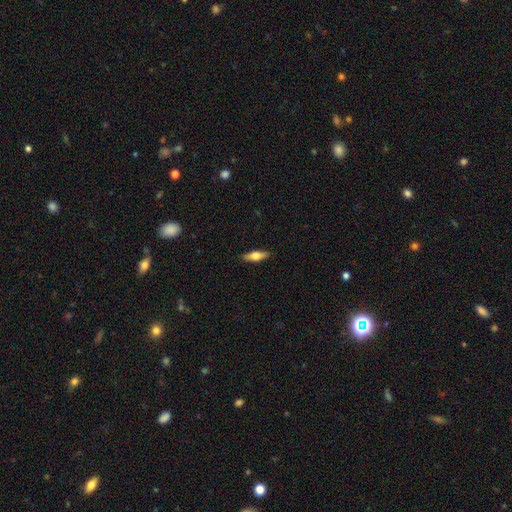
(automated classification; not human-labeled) smooth 56%, featured or disk 38%, star or artifact 6%. Down the decision tree: how rounded — cigar-shaped (52%); merging — none (89%).